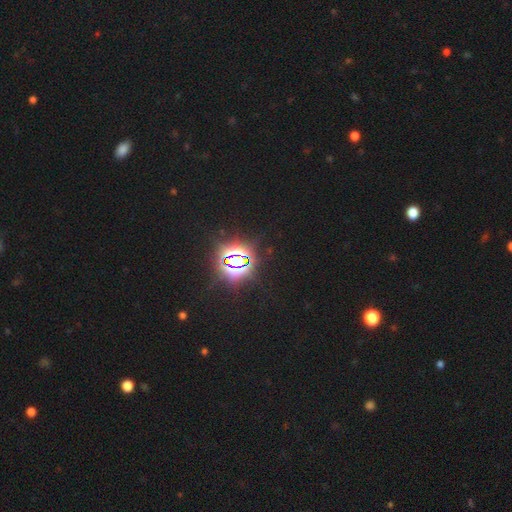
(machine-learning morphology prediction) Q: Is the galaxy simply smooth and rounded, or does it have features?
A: star or artifact — 84%.